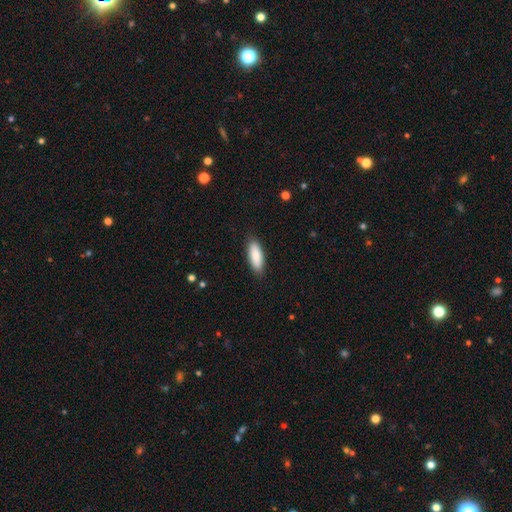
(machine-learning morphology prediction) Smooth or featured: smooth — 88% (featured or disk — 7%)
How rounded: in between — 67% (cigar-shaped — 32%)
Merging: none — 88% (minor disturbance — 9%)